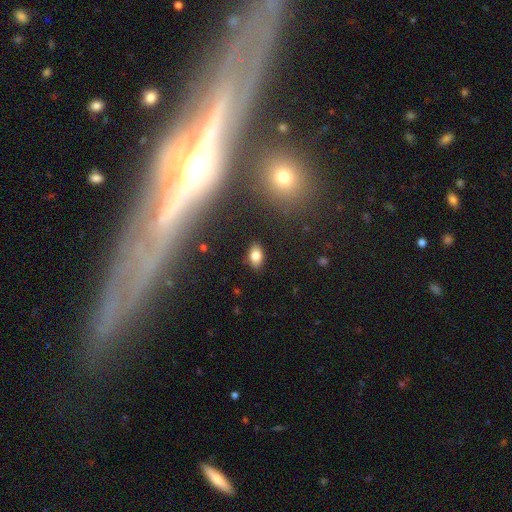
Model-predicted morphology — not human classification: A smooth galaxy with no disk features (80%) that is in between round and cigar-shaped (90%). Merging: none (87%).